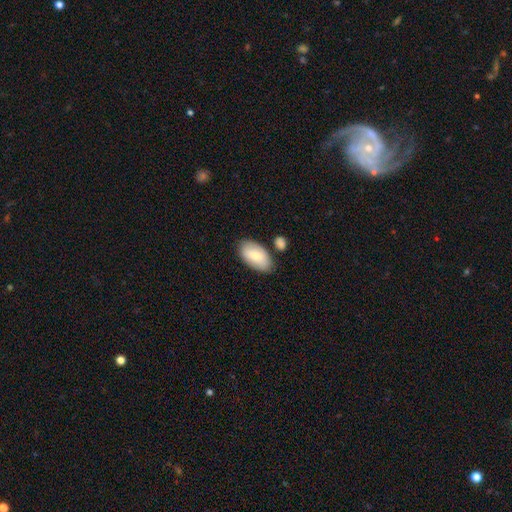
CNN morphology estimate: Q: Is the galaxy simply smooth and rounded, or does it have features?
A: smooth — 76%.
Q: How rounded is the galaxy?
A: in between — 95%.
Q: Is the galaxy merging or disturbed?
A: none — 76%.